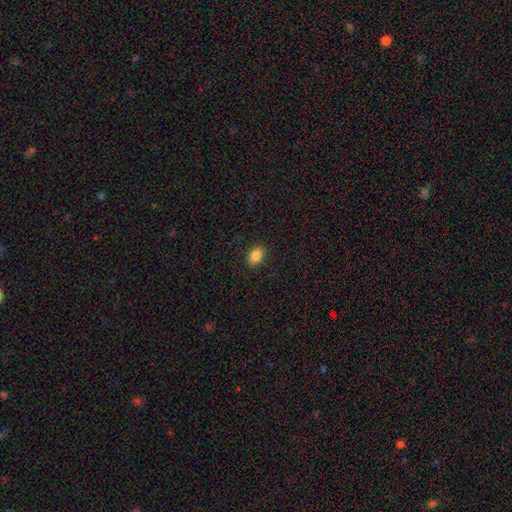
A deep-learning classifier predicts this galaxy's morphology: type=smooth (86%); roundness=in between (75%); merging=none (89%).